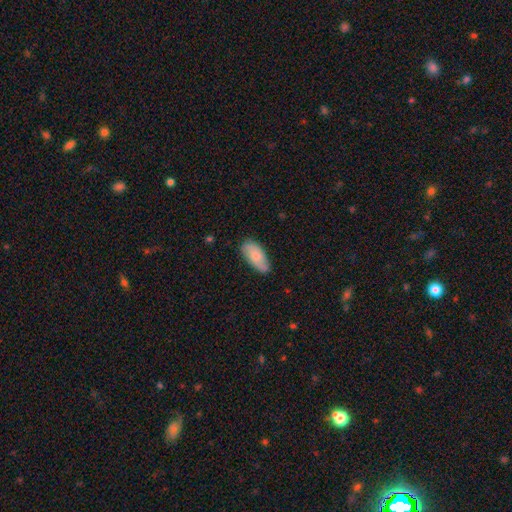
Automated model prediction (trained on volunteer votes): This is likely a smooth galaxy (71%). How rounded: clearly in between (89%). Merging: likely none (72%).